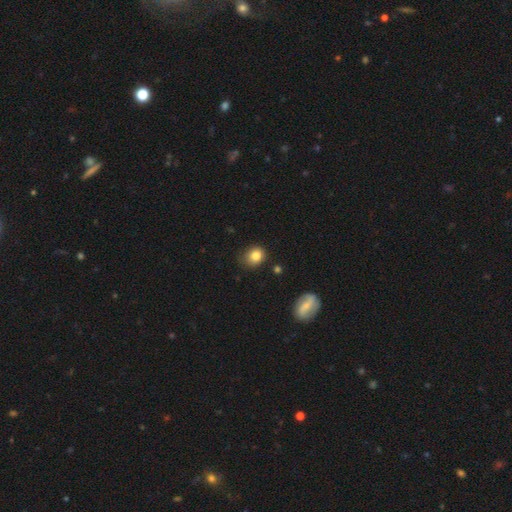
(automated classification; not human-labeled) Smooth or featured: smooth — 83% (star or artifact — 10%)
How rounded: round — 66% (in between — 33%)
Merging: none — 72% (minor disturbance — 21%)